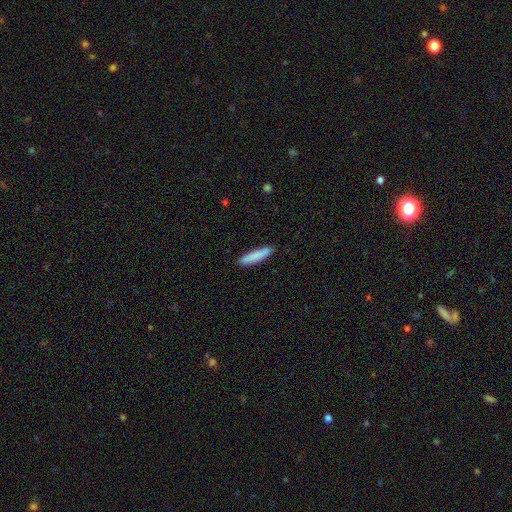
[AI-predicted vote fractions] smooth 85%, featured or disk 9%, star or artifact 6%. Down the decision tree: how rounded — cigar-shaped (86%); merging — none (87%).